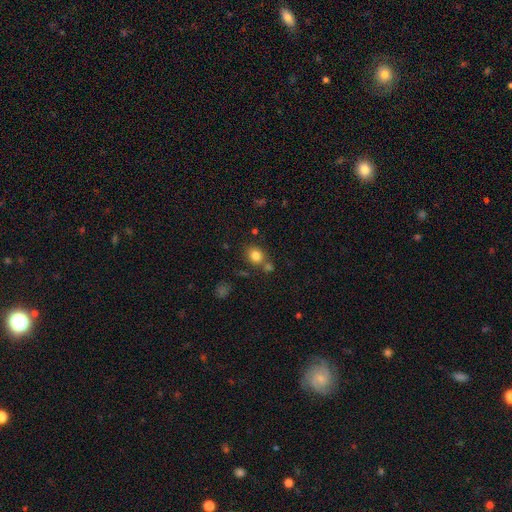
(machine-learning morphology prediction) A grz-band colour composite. It shows a smooth galaxy with no disk features (82%) that is round (65%). Merging: none (69%).